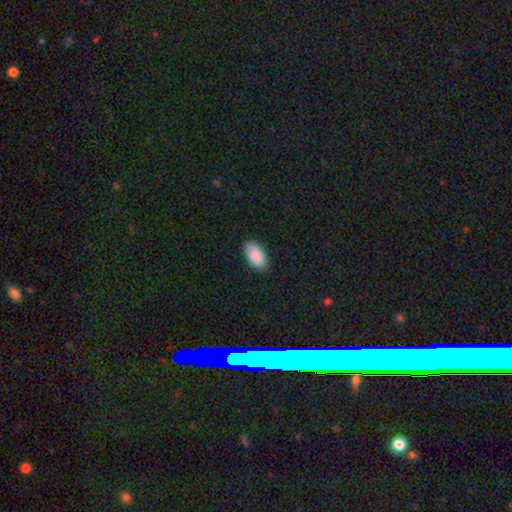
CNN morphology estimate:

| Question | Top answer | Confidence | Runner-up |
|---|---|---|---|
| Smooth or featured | smooth | 90% | star or artifact (6%) |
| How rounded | in between | 95% | round (3%) |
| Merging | none | 87% | minor disturbance (10%) |